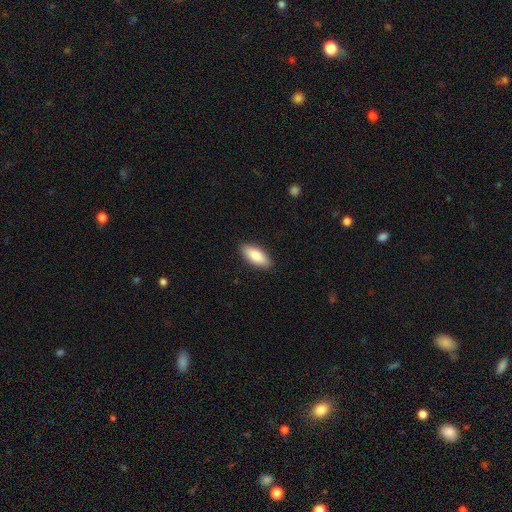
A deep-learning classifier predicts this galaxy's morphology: smooth_or_featured: smooth (p=0.85) [alt: featured or disk p=0.09]
how_rounded: in between (p=0.85) [alt: cigar-shaped p=0.13]
merging: none (p=0.89) [alt: minor disturbance p=0.08]